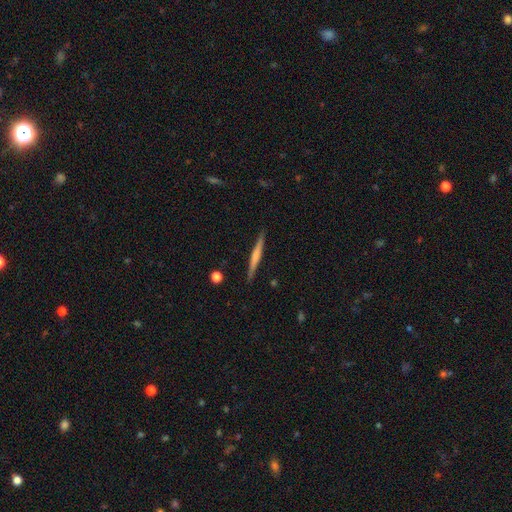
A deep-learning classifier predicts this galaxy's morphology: A featured or disk galaxy (50%).

Vote fractions:
- Smooth or featured? featured or disk: 50% / smooth: 45% / star or artifact: 6%
- Merging? none: 89% / minor disturbance: 8% / major disturbance: 2% / merger: 1%